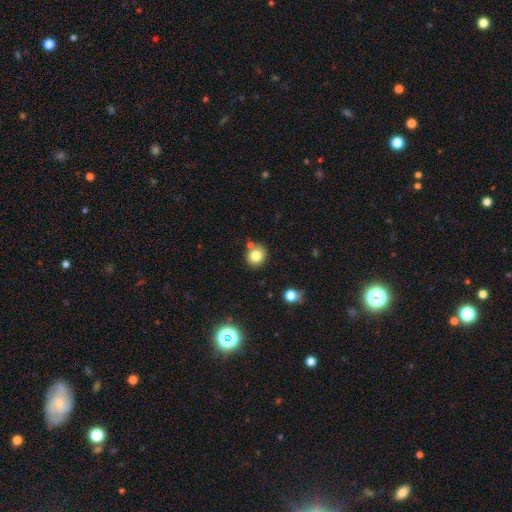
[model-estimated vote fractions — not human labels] Smooth or featured: smooth — 80% (star or artifact — 12%)
How rounded: round — 85% (in between — 14%)
Merging: none — 75% (merger — 12%)